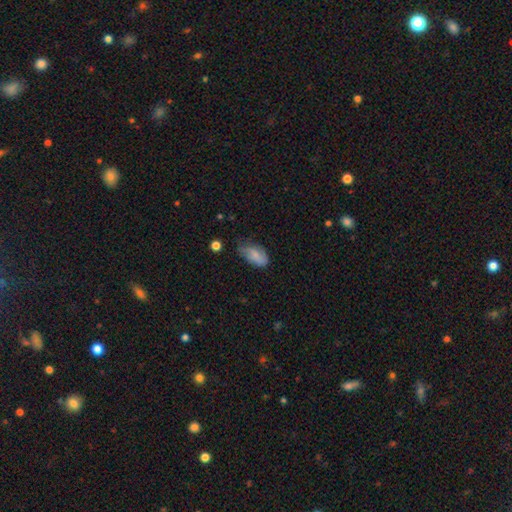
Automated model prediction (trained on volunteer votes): Q: Smooth or featured?
A: smooth (77%); runner-up: featured or disk (15%)
Q: How rounded?
A: in between (92%); runner-up: round (4%)
Q: Merging?
A: none (46%); runner-up: minor disturbance (40%)